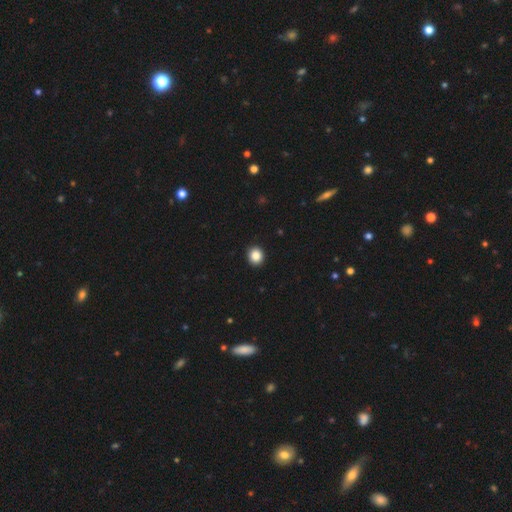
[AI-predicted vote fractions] A smooth galaxy with no disk features (87%) that is round (84%). Merging: none (93%).